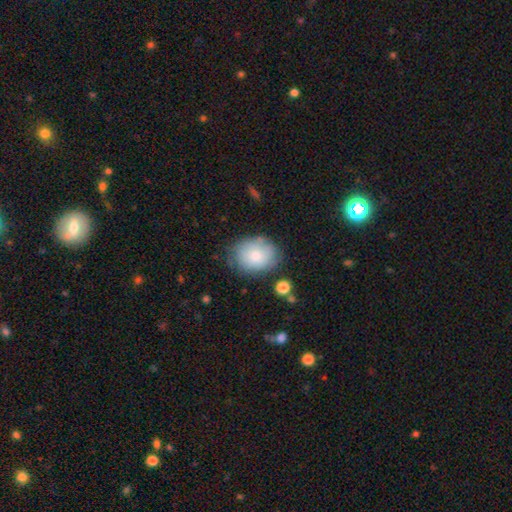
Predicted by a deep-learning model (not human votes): Smooth or featured: smooth — 74% (featured or disk — 18%)
How rounded: round — 52% (in between — 47%)
Merging: none — 71% (minor disturbance — 20%)